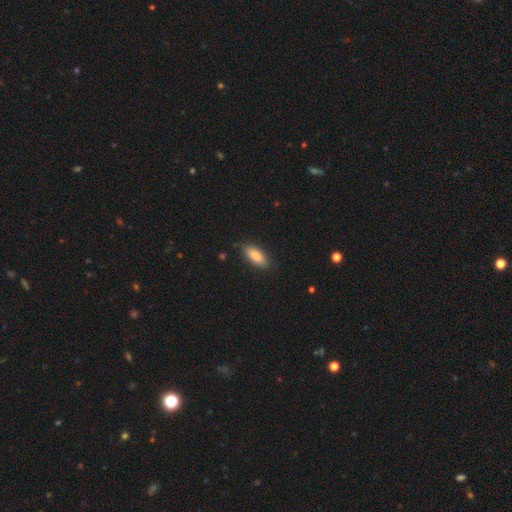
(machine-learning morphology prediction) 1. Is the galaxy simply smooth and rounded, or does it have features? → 84% smooth, 9% featured or disk, 7% star or artifact.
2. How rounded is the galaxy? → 79% in between, 19% cigar-shaped, 2% round.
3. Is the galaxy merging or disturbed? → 82% none, 14% minor disturbance, 3% major disturbance, 1% merger.